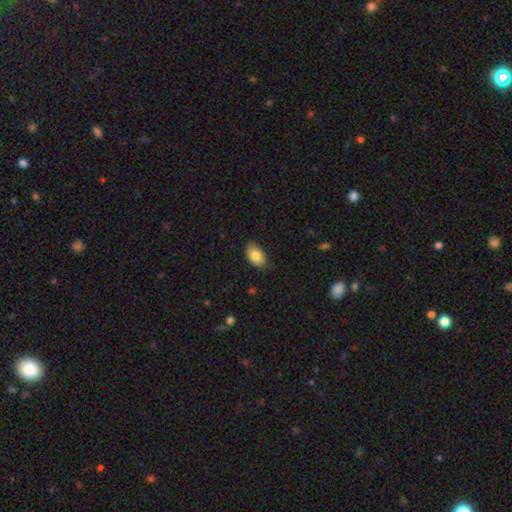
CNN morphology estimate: smooth 82%, featured or disk 11%, star or artifact 7%. Down the decision tree: how rounded — in between (92%); merging — none (82%).